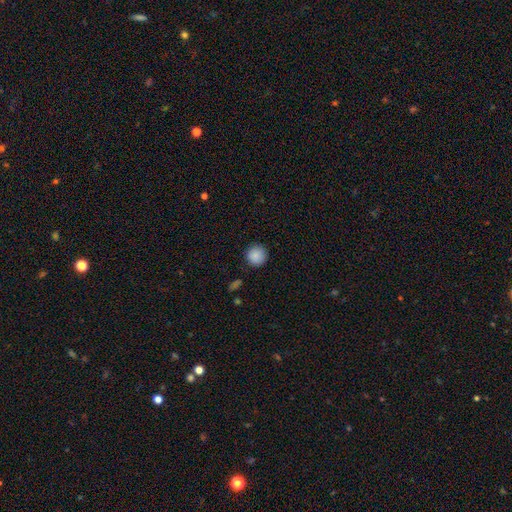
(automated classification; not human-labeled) Smooth or featured: smooth — 89% (star or artifact — 8%)
How rounded: round — 94% (in between — 5%)
Merging: none — 90% (minor disturbance — 7%)